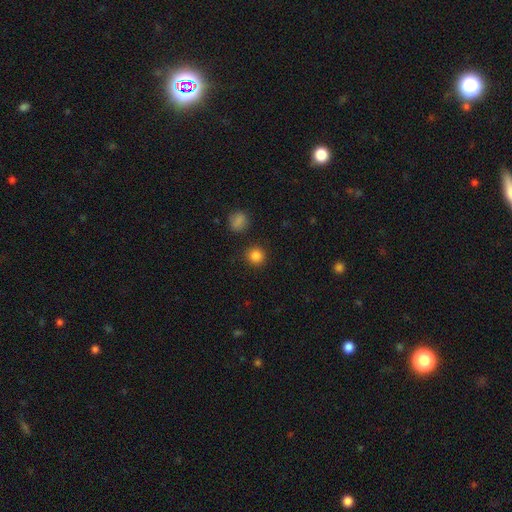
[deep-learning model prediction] Smooth or featured? smooth (85%)
How rounded? round (92%)
Merging? none (90%)